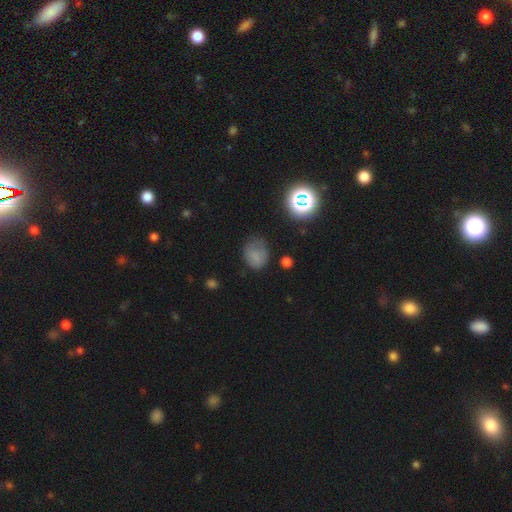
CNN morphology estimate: Overall: smooth (71%). How rounded: round (53%; in between 46%). Merging: none (51%; minor disturbance 31%).